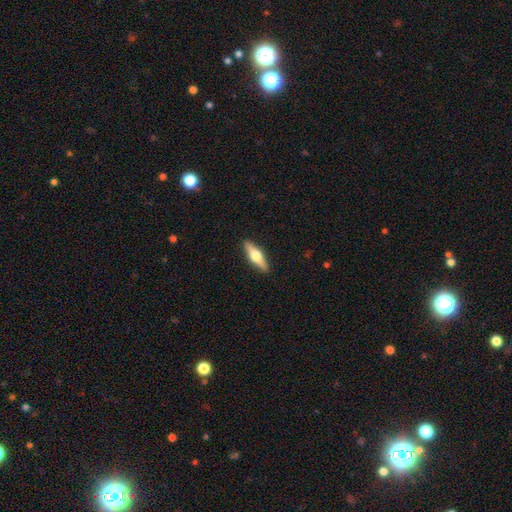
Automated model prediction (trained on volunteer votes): smooth-or-featured: featured or disk: 54% | smooth: 41% | star or artifact: 5%
  disk-edge-on: yes: 95% | no: 5%
    edge-on-bulge: rounded: 95% | boxy: 3% | none: 2%
  merging: none: 91% | minor disturbance: 7% | major disturbance: 2% | merger: 1%